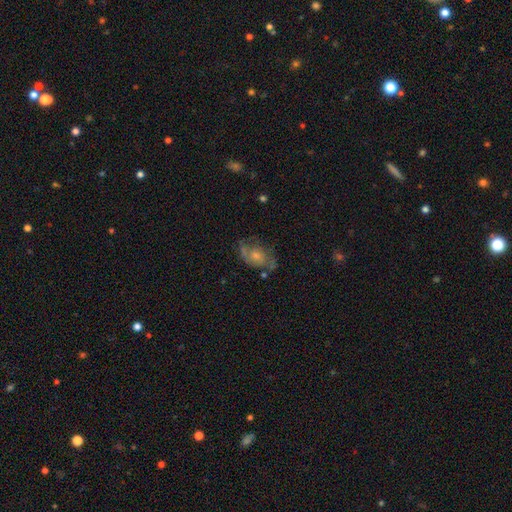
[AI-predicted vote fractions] Q: Smooth or featured?
A: featured or disk (57%); runner-up: smooth (35%)
Q: Edge-on disk?
A: no (96%); runner-up: yes (4%)
Q: Bar?
A: no (72%); runner-up: weak (24%)
Q: Spiral arms?
A: yes (72%); runner-up: no (28%)
Q: Bulge size?
A: small (42%); runner-up: moderate (40%)
Q: Merging?
A: none (51%); runner-up: minor disturbance (26%)